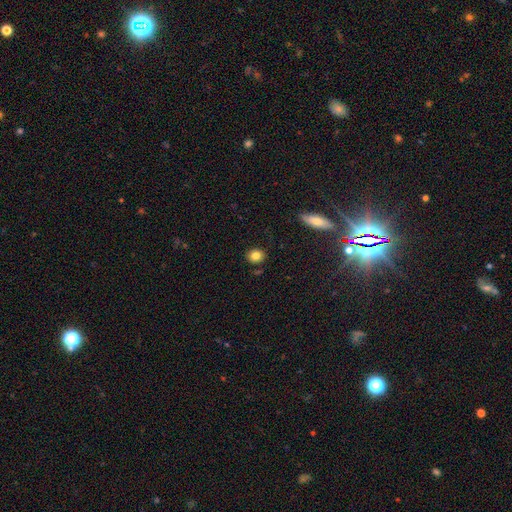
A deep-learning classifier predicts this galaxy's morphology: Smooth or featured? smooth (83%)
How rounded? round (70%)
Merging? none (87%)